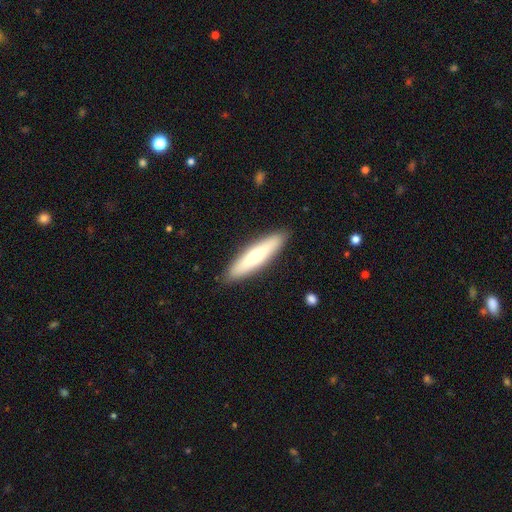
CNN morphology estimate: Smooth or featured? Predicted: smooth (p=0.59). How rounded? Predicted: cigar-shaped (p=0.78). Merging? Predicted: none (p=0.90).